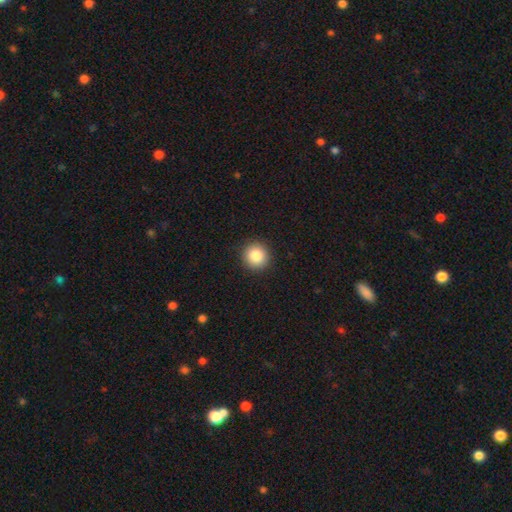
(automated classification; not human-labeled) Smooth or featured? smooth (86%)
How rounded? round (93%)
Merging? none (92%)